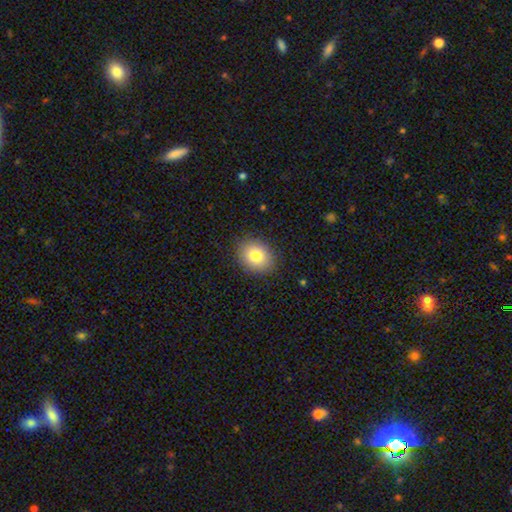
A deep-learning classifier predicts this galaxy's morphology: This is clearly a smooth galaxy (82%). How rounded: possibly round (52%). Merging: clearly none (88%).